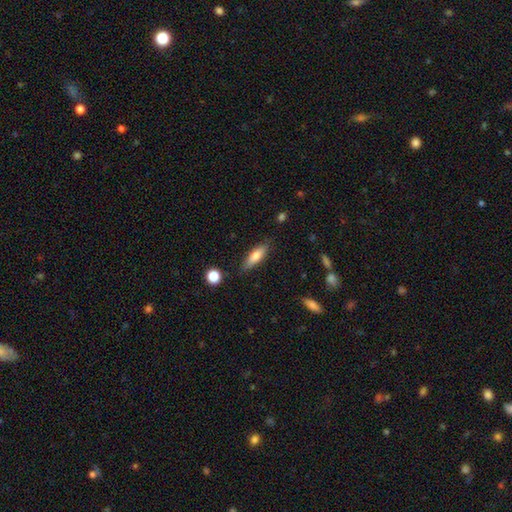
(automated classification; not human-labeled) A smooth galaxy with no disk features (73%) that is cigar-shaped (52%). Merging: none (82%).